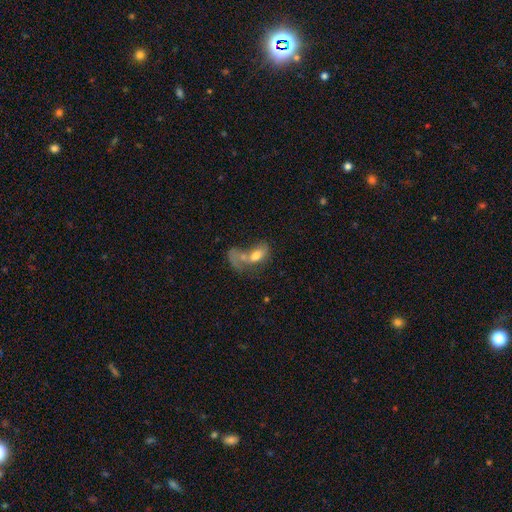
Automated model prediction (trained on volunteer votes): A smooth galaxy with no disk features (62%) that is in between round and cigar-shaped (85%).

Vote fractions:
- Smooth or featured? smooth: 62% / featured or disk: 29% / star or artifact: 9%
- How rounded? in between: 85% / round: 9% / cigar-shaped: 6%
- Merging? merger: 58% / major disturbance: 21% / none: 13% / minor disturbance: 8%